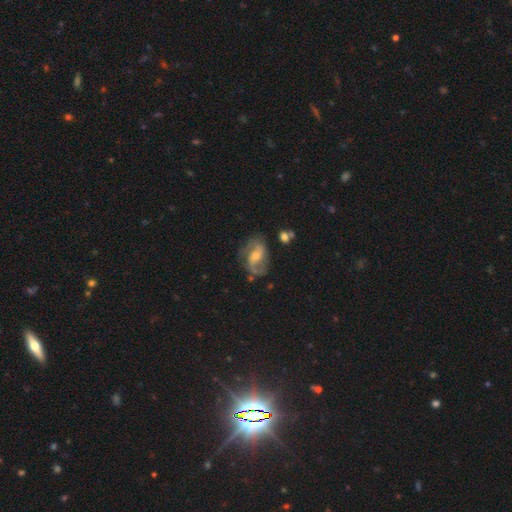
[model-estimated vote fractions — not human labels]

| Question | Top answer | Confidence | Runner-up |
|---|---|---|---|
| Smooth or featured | featured or disk | 77% | smooth (16%) |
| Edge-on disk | no | 97% | yes (3%) |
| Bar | weak | 47% | no (39%) |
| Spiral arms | yes | 91% | no (9%) |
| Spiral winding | medium | 43% | tied: loose (43%) |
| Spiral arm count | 2 | 82% | can't tell (7%) |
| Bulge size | moderate | 56% | small (33%) |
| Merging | none | 62% | minor disturbance (21%) |